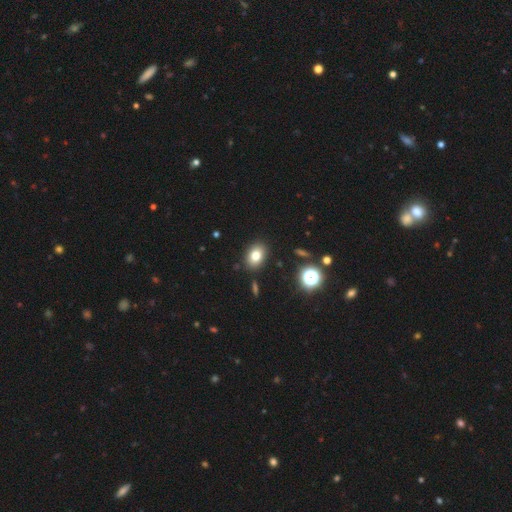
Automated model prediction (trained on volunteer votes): smooth-or-featured: smooth: 77% | star or artifact: 12% | featured or disk: 10%
  how-rounded: in between: 70% | round: 29% | cigar-shaped: 1%
  merging: none: 88% | minor disturbance: 8% | major disturbance: 2% | merger: 2%